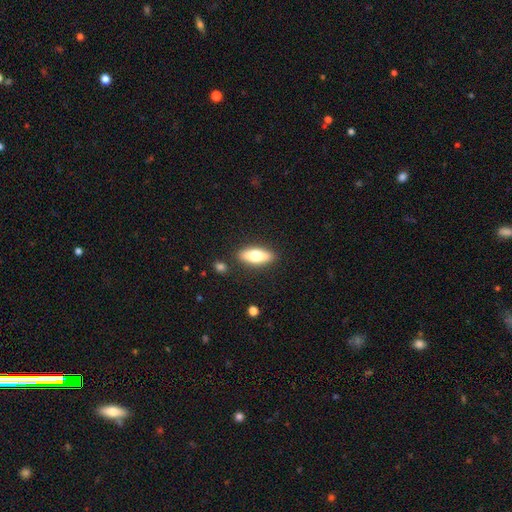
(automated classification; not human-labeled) Smooth or featured? smooth (65%)
How rounded? in between (67%)
Merging? none (87%)